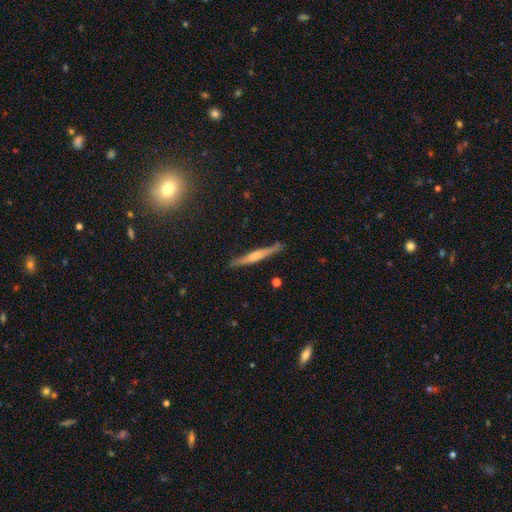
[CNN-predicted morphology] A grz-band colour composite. It shows a featured or disk galaxy (59%) viewed edge-on (97%) with a rounded central bulge (51%). Merging: none (87%).